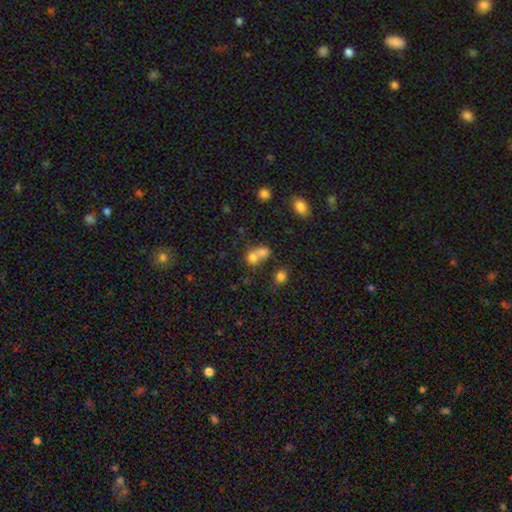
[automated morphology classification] The model was most divided on "how rounded": round: 64%, in between: 35%, cigar-shaped: 1%. More confident: smooth or featured — smooth (72%); merging — merger (64%).